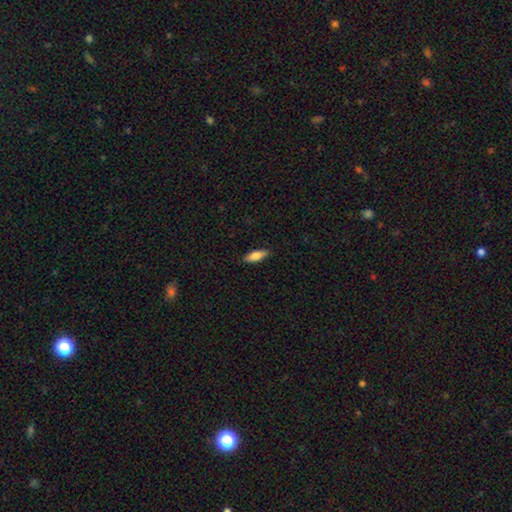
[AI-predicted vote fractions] A smooth galaxy with no disk features (83%) that is in between round and cigar-shaped (67%).

Vote fractions:
- Smooth or featured? smooth: 83% / featured or disk: 11% / star or artifact: 6%
- How rounded? in between: 67% / cigar-shaped: 31% / round: 2%
- Merging? none: 86% / minor disturbance: 11% / major disturbance: 2% / merger: 1%